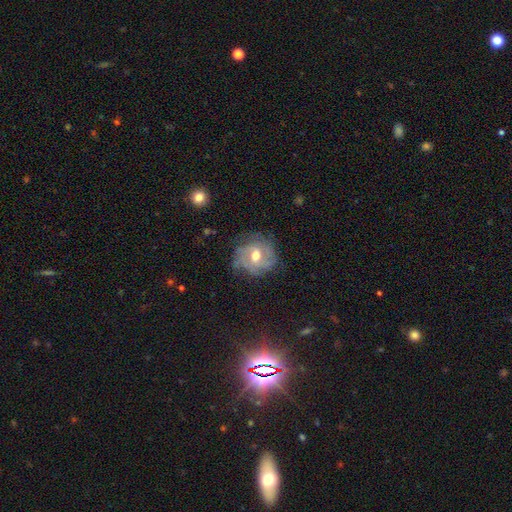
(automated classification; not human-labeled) Q: Smooth or featured?
A: featured or disk (73%); runner-up: smooth (18%)
Q: Edge-on disk?
A: no (97%); runner-up: yes (3%)
Q: Bar?
A: no (49%); runner-up: weak (40%)
Q: Spiral arms?
A: yes (87%); runner-up: no (13%)
Q: Spiral winding?
A: tight (52%); runner-up: medium (35%)
Q: Spiral arm count?
A: can't tell (33%); runner-up: 3 (25%)
Q: Bulge size?
A: moderate (78%); runner-up: small (12%)
Q: Merging?
A: none (69%); runner-up: minor disturbance (20%)